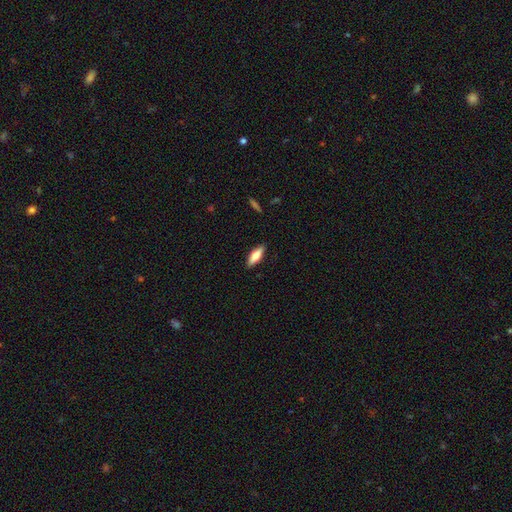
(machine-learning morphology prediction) A smooth galaxy with no disk features (71%) that is in between round and cigar-shaped (57%). Merging: none (88%).